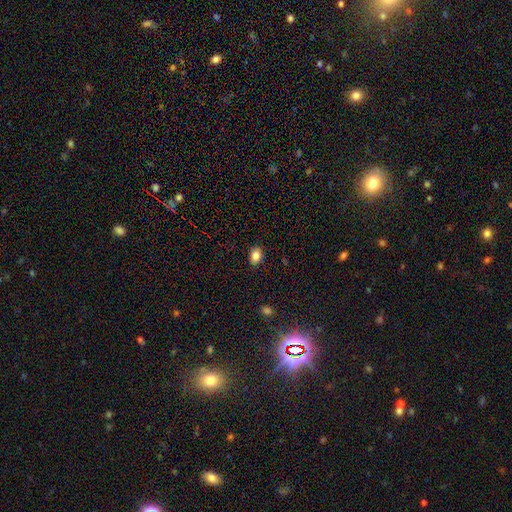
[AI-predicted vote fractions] smooth_or_featured: smooth (p=0.84) [alt: star or artifact p=0.10]
how_rounded: in between (p=0.69) [alt: round p=0.29]
merging: none (p=0.87) [alt: minor disturbance p=0.10]